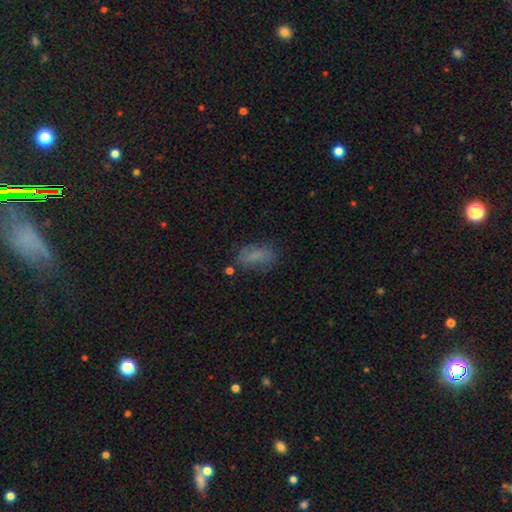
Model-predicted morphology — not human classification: Smooth or featured? smooth (69%)
How rounded? in between (87%)
Merging? none (62%)